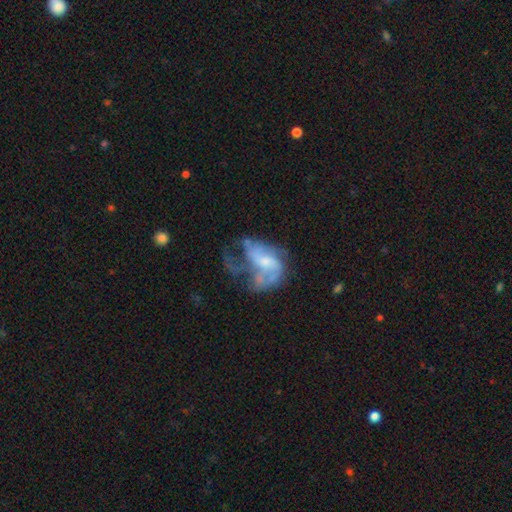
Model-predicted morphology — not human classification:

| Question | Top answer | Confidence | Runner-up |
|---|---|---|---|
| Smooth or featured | featured or disk | 65% | smooth (20%) |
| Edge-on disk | no | 96% | yes (4%) |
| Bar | no | 56% | weak (33%) |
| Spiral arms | yes | 63% | no (37%) |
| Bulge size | small | 43% | moderate (33%) |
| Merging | major disturbance | 45% | none (27%) |